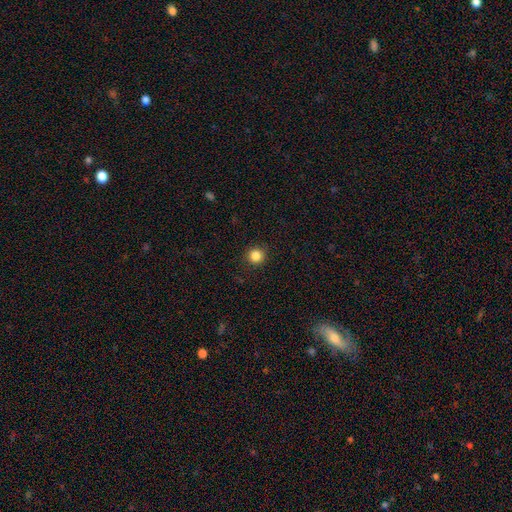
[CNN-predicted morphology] smooth_or_featured: smooth (p=0.85) [alt: star or artifact p=0.11]
how_rounded: round (p=0.94) [alt: in between p=0.05]
merging: none (p=0.91) [alt: minor disturbance p=0.06]